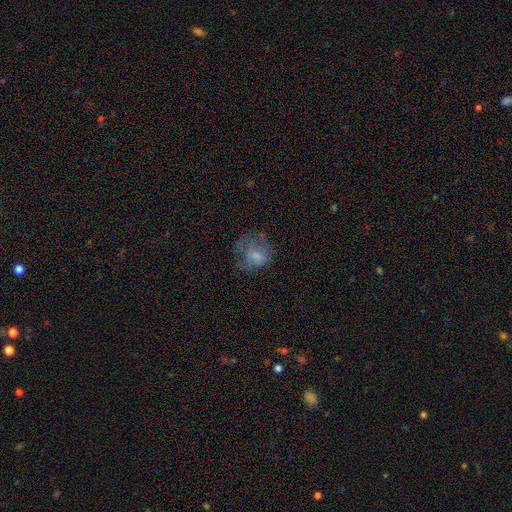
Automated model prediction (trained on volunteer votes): smooth_or_featured: smooth (p=0.62) [alt: featured or disk p=0.26]
how_rounded: round (p=0.63) [alt: in between p=0.36]
merging: none (p=0.39) [alt: major disturbance p=0.34]